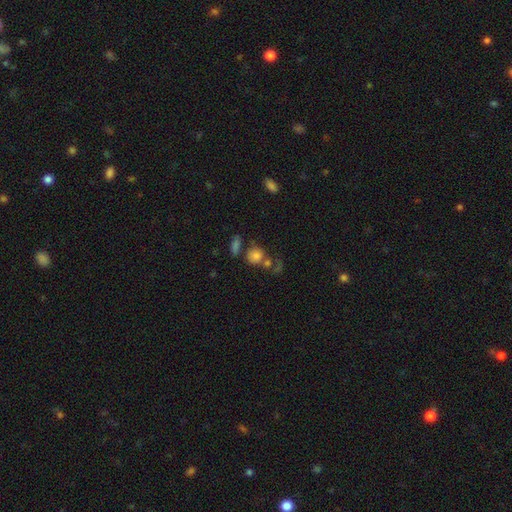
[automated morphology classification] Smooth or featured? smooth (76%)
How rounded? round (78%)
Merging? none (47%)